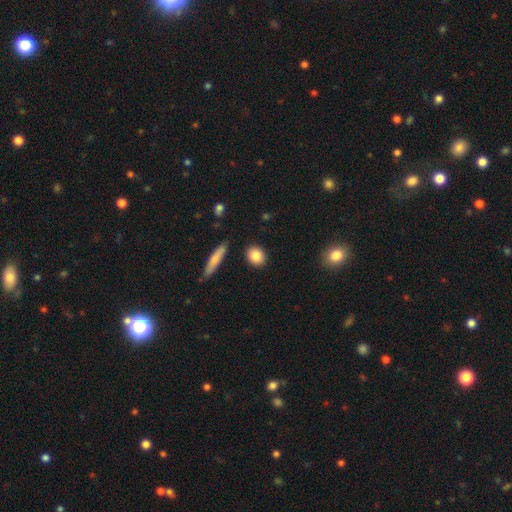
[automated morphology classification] Q: Smooth or featured?
A: smooth (85%); runner-up: featured or disk (8%)
Q: How rounded?
A: round (55%); runner-up: in between (42%)
Q: Merging?
A: none (88%); runner-up: minor disturbance (8%)